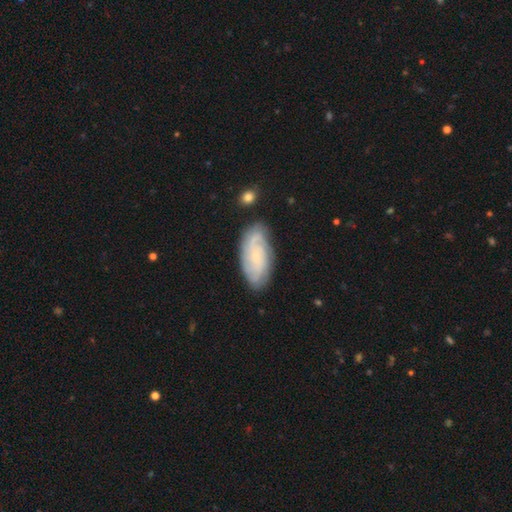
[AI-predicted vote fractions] Q: Smooth or featured?
A: featured or disk (66%); runner-up: smooth (27%)
Q: Edge-on disk?
A: no (94%); runner-up: yes (6%)
Q: Bar?
A: no (70%); runner-up: weak (26%)
Q: Spiral arms?
A: yes (93%); runner-up: no (7%)
Q: Spiral winding?
A: tight (60%); runner-up: medium (30%)
Q: Spiral arm count?
A: can't tell (38%); runner-up: 2 (22%)
Q: Bulge size?
A: small (68%); runner-up: none (16%)
Q: Merging?
A: none (77%); runner-up: minor disturbance (17%)